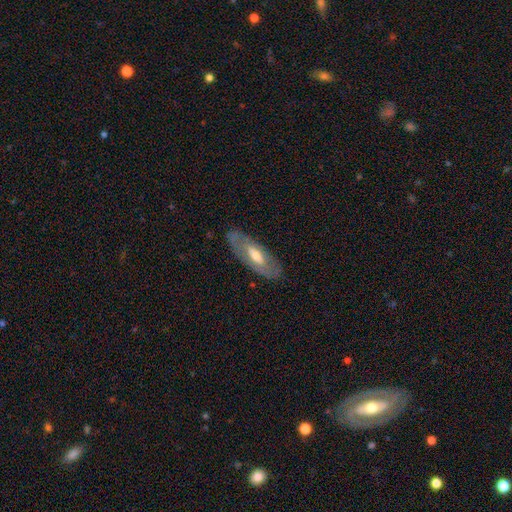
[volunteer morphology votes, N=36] Smooth or featured: featured or disk — 61% (smooth — 36%)
Edge-on disk: no — 68% (yes — 32%)
Bar: no — 53% (weak — 27%)
Spiral arms: no — 73% (yes — 27%)
Bulge size: moderate — 53% (large — 27%)
Merging: none — 91% (minor disturbance — 6%)